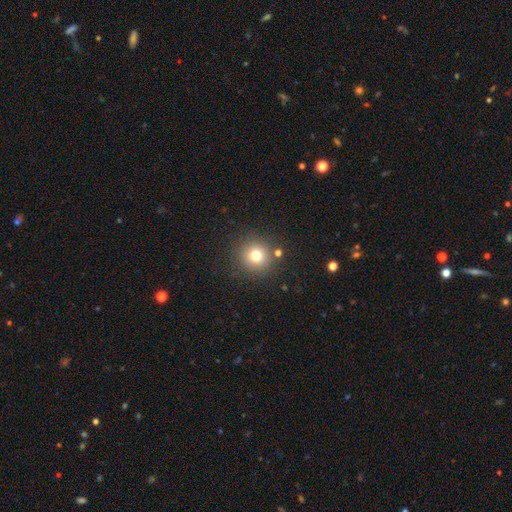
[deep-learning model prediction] This appears to be a smooth galaxy with no disk features (75%) that is round (94%). Merging: none (84%).